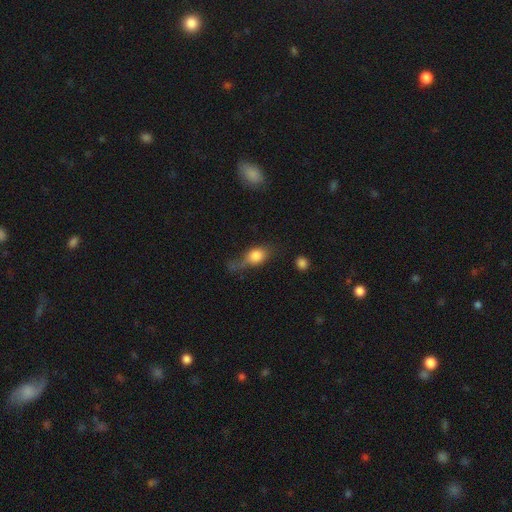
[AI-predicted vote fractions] Smooth or featured?
  - smooth: 73% *
  - featured or disk: 19%
  - star or artifact: 9%
How rounded?
  - in between: 62% *
  - round: 29%
  - cigar-shaped: 8%
Merging?
  - none: 31% * (tied)
  - major disturbance: 31% * (tied)
  - minor disturbance: 30%
  - merger: 7%